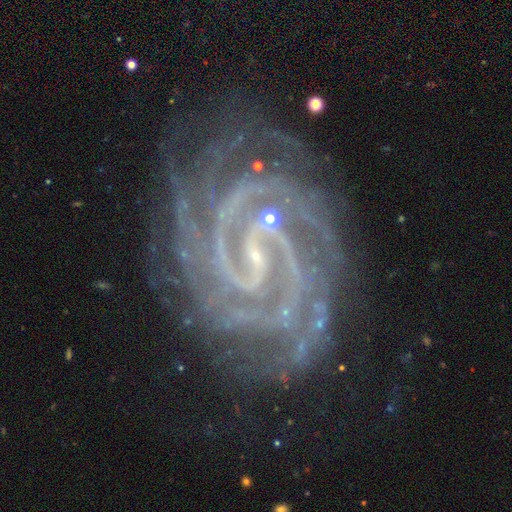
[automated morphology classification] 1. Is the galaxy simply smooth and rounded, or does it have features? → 92% featured or disk, 5% star or artifact, 2% smooth.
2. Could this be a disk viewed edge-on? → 98% no, 2% yes.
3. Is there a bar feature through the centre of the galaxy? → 41% strong, 40% weak, 19% no.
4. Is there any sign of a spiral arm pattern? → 99% yes, 1% no.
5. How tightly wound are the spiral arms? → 79% tight, 18% medium, 3% loose.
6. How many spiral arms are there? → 35% 2, 16% 3, 15% 4, 13% more than 4, 12% can't tell, 8% 1.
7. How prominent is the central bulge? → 79% small, 10% none, 9% moderate, 1% large, 1% dominant.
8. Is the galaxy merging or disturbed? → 79% none, 14% minor disturbance, 5% major disturbance, 2% merger.